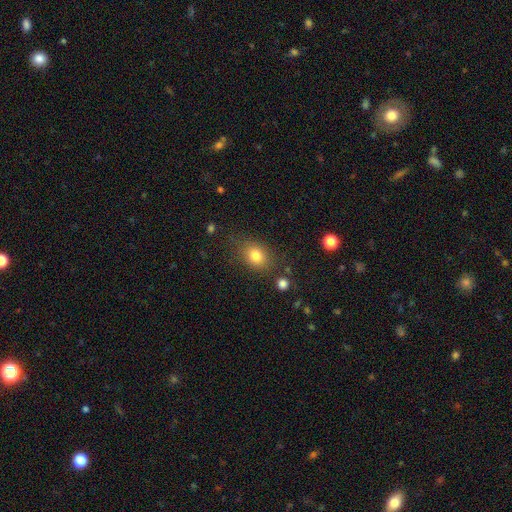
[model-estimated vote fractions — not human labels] A smooth galaxy with no disk features (80%) that is in between round and cigar-shaped (60%). Merging: none (76%).